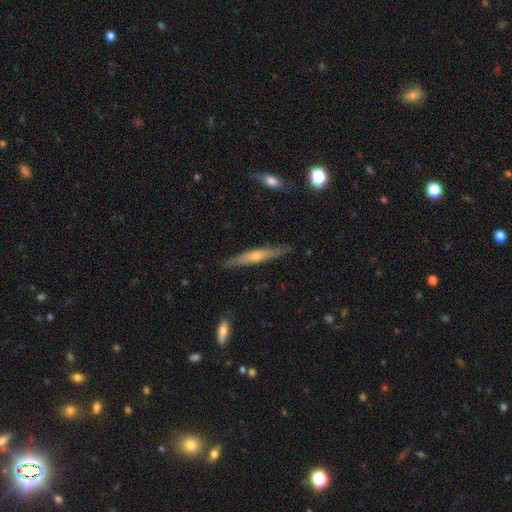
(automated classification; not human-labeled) featured or disk 57%, smooth 36%, star or artifact 6%. Down the decision tree: edge-on disk — yes (94%); edge-on bulge — rounded (77%); merging — none (87%).